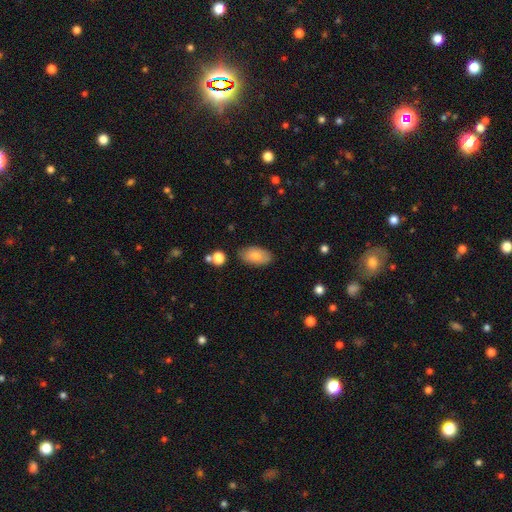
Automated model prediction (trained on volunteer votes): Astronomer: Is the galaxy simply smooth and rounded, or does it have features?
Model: smooth — 77%.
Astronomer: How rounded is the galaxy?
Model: in between — 93%.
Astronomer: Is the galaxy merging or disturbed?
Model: none — 83%.